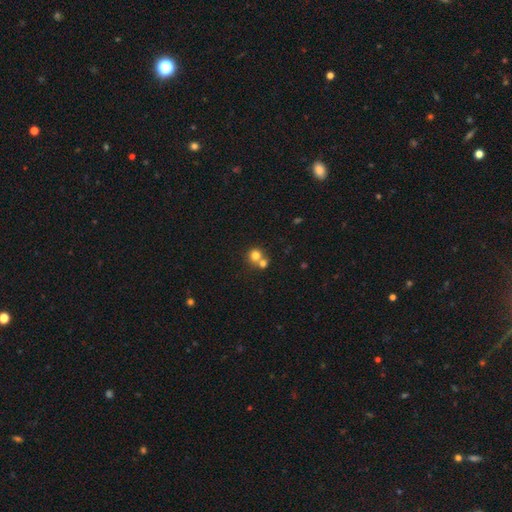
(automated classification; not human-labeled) Morphology: type=smooth (76%); roundness=round (86%); merging=merger (49%).